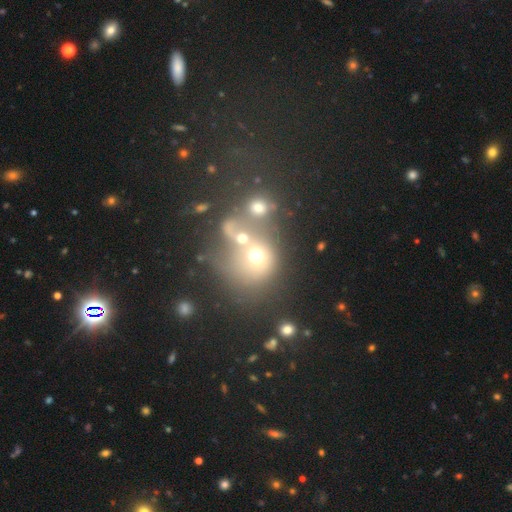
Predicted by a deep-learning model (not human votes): smooth_or_featured: smooth (p=0.53) [alt: star or artifact p=0.25]
how_rounded: round (p=0.73) [alt: in between p=0.26]
merging: merger (p=0.52) [alt: none p=0.28]